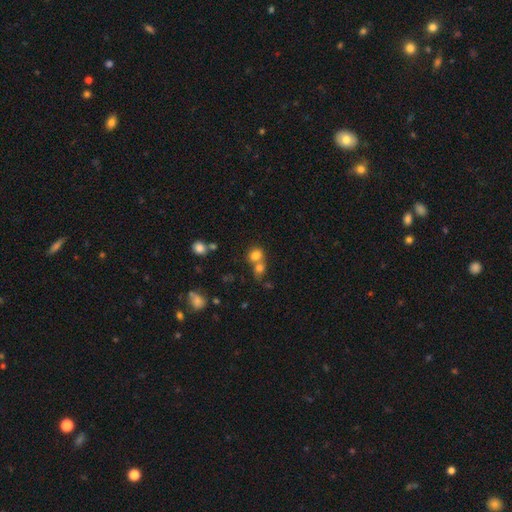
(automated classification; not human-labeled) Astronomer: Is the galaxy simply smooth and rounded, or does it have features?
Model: smooth — 78%.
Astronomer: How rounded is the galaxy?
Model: round — 64%.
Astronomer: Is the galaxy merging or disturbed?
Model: merger — 53% (runner-up: none, 36%).